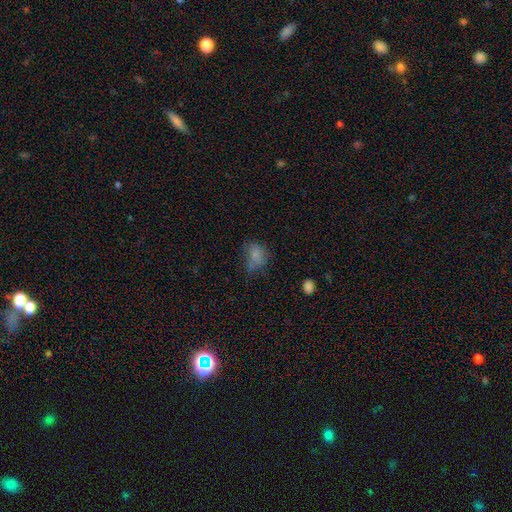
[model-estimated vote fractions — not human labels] Smooth or featured? Predicted: smooth (p=0.73). How rounded? Predicted: in between (p=0.57). Merging? Predicted: none (p=0.44).